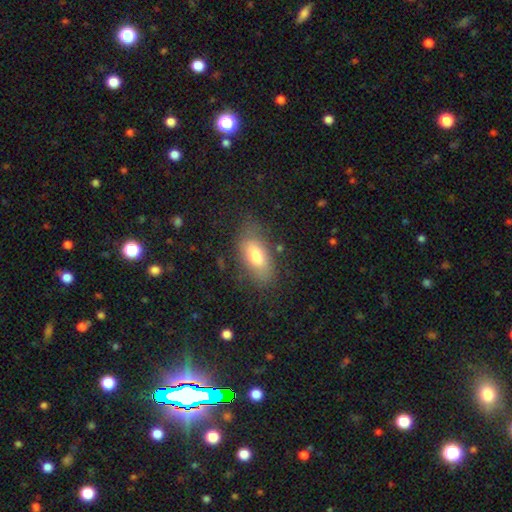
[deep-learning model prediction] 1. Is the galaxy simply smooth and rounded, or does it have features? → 73% smooth, 19% featured or disk, 7% star or artifact.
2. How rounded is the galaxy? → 88% in between, 8% cigar-shaped, 4% round.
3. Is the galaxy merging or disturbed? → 71% none, 20% minor disturbance, 8% major disturbance, 2% merger.